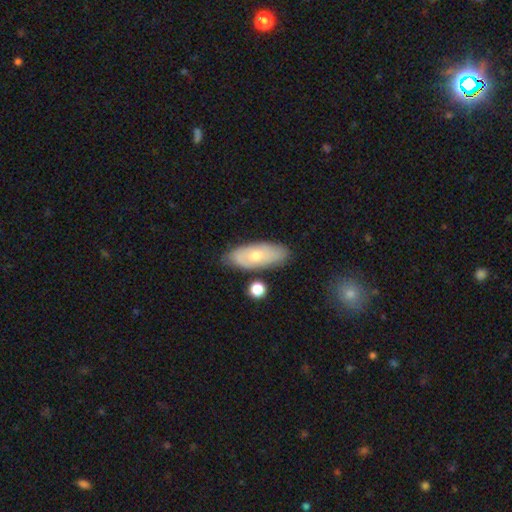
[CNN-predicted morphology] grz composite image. It shows a smooth galaxy with no disk features (58%) that is in between round and cigar-shaped (80%). Merging: none (75%).